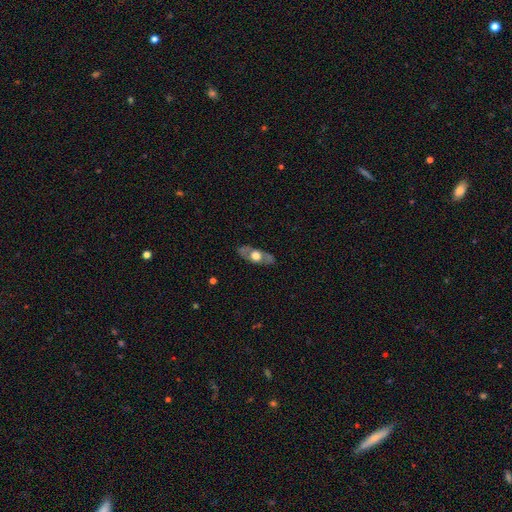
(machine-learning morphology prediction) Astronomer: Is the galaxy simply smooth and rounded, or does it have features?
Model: featured or disk — 57% (runner-up: smooth, 37%).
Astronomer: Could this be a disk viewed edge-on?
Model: no — 62% (runner-up: yes, 38%).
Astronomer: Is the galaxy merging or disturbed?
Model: none — 82%.